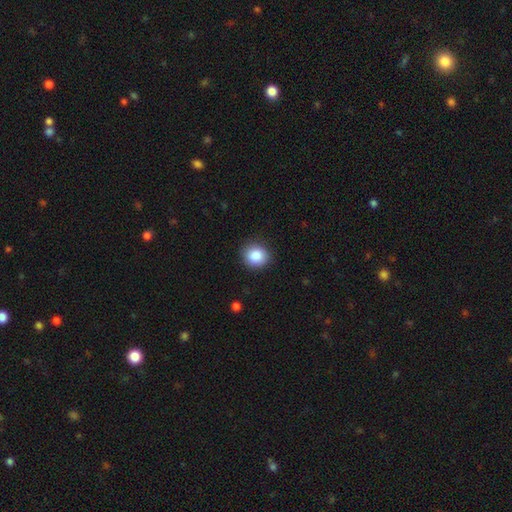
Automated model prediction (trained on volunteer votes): This appears to be a smooth galaxy with no disk features (87%) that is round (83%). Merging: none (89%).